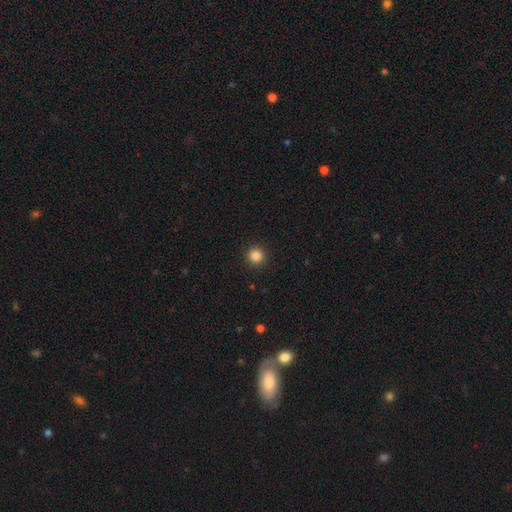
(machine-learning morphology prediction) Smooth or featured? Predicted: smooth (p=0.85). How rounded? Predicted: round (p=0.95). Merging? Predicted: none (p=0.92).